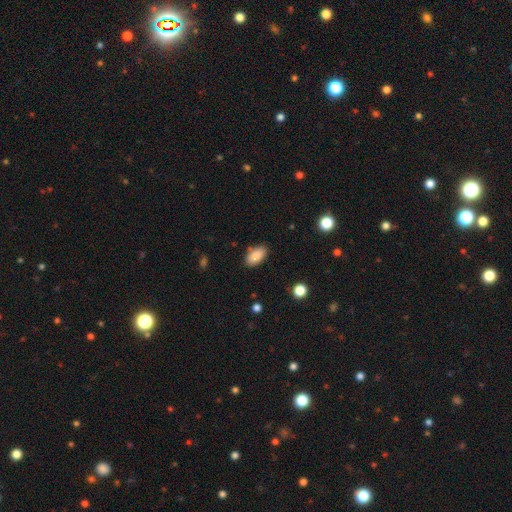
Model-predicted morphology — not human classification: Q: Smooth or featured?
A: smooth (88%); runner-up: star or artifact (7%)
Q: How rounded?
A: in between (93%); runner-up: cigar-shaped (4%)
Q: Merging?
A: none (84%); runner-up: minor disturbance (11%)